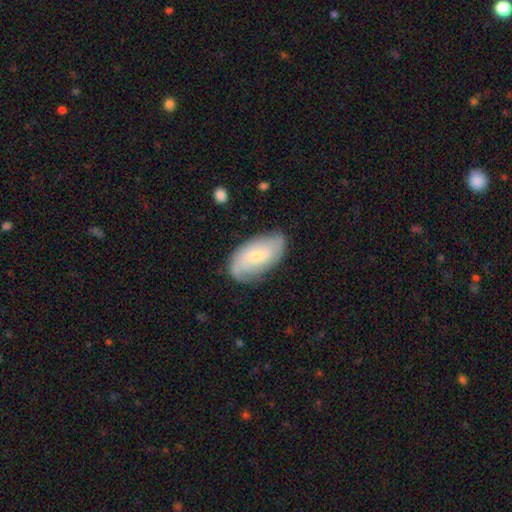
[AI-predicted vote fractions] This appears to be a featured or disk galaxy (61%) with no bar (55%), spiral arms (86%) and a small central bulge (69%). Merging: none (74%).